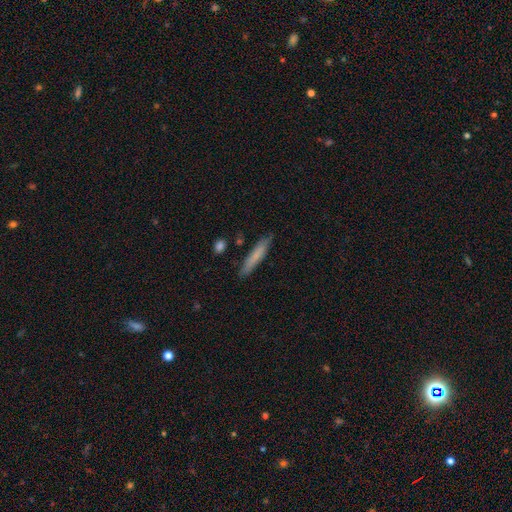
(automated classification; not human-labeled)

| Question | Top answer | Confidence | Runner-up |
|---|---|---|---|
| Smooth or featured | smooth | 73% | featured or disk (21%) |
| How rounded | cigar-shaped | 92% | in between (7%) |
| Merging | none | 86% | minor disturbance (10%) |